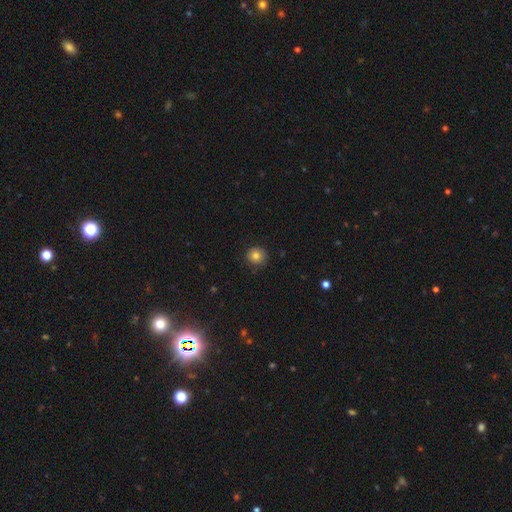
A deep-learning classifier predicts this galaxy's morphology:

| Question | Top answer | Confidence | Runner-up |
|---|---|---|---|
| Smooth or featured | smooth | 80% | star or artifact (11%) |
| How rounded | round | 93% | in between (6%) |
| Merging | none | 87% | minor disturbance (10%) |